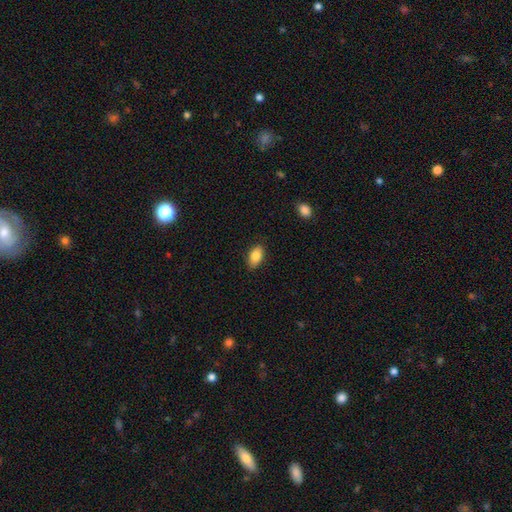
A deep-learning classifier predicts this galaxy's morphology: Q: Smooth or featured?
A: smooth (83%); runner-up: featured or disk (10%)
Q: How rounded?
A: in between (91%); runner-up: round (6%)
Q: Merging?
A: none (87%); runner-up: minor disturbance (10%)